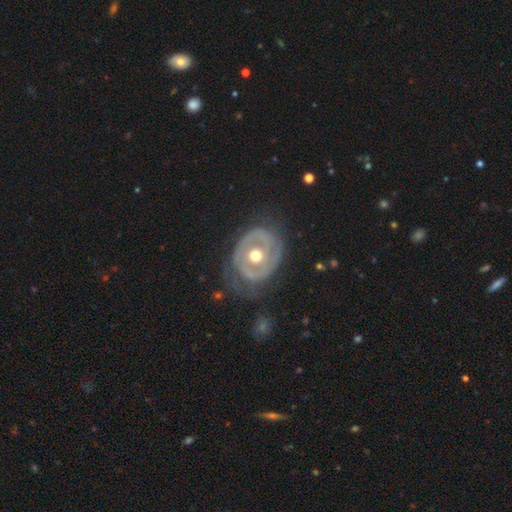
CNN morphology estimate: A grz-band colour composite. It shows a featured or disk galaxy (74%) with no bar (80%), spiral arms (52%) and a moderate central bulge (80%). Merging: none (58%).